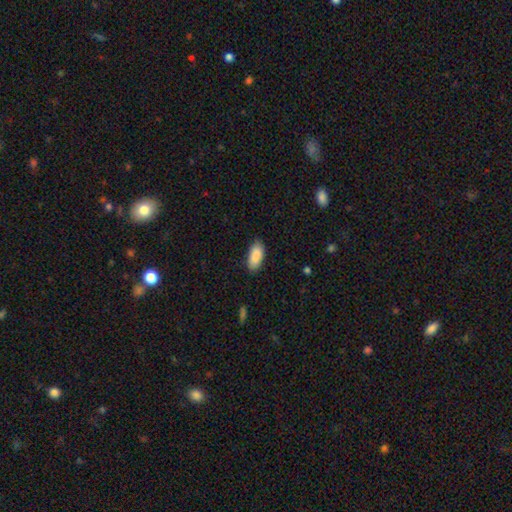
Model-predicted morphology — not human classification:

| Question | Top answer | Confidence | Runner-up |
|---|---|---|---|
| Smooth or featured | smooth | 90% | star or artifact (6%) |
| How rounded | in between | 89% | cigar-shaped (9%) |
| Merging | none | 84% | minor disturbance (13%) |